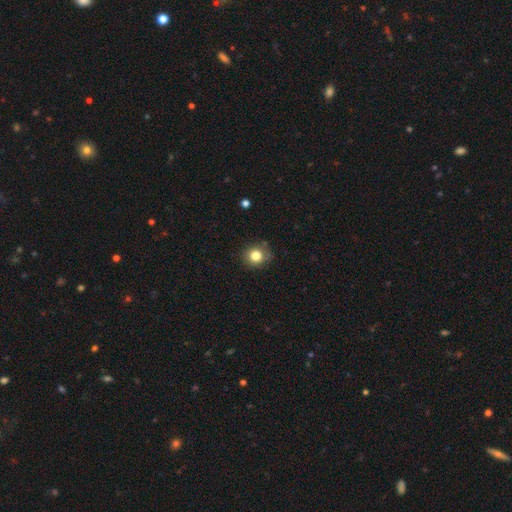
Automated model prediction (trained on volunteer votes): smooth_or_featured: smooth (p=0.82) [alt: star or artifact p=0.11]
how_rounded: round (p=0.86) [alt: in between p=0.13]
merging: none (p=0.83) [alt: minor disturbance p=0.13]